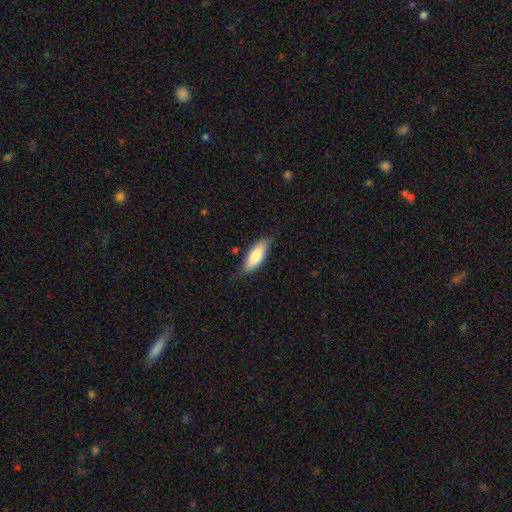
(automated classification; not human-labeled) Smooth or featured: smooth — 77% (featured or disk — 17%)
How rounded: in between — 68% (cigar-shaped — 31%)
Merging: none — 74% (minor disturbance — 21%)